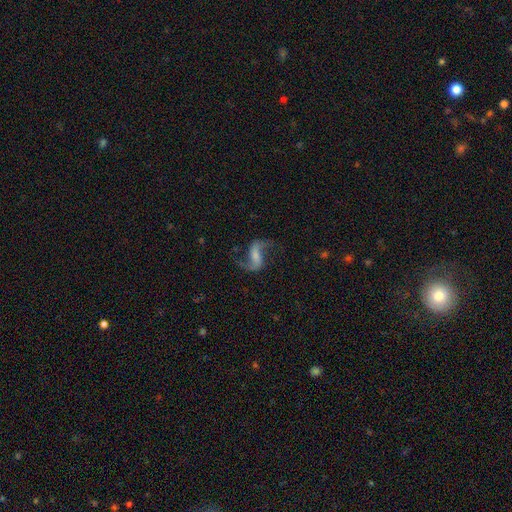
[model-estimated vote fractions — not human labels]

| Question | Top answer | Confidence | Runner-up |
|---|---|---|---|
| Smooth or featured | featured or disk | 86% | smooth (8%) |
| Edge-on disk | no | 97% | yes (3%) |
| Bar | weak | 42% | strong (32%) |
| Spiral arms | yes | 96% | no (4%) |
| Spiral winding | loose | 80% | medium (16%) |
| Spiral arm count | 2 | 94% | 1 (2%) |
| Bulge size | small | 33% | none (29%) |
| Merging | none | 76% | minor disturbance (12%) |